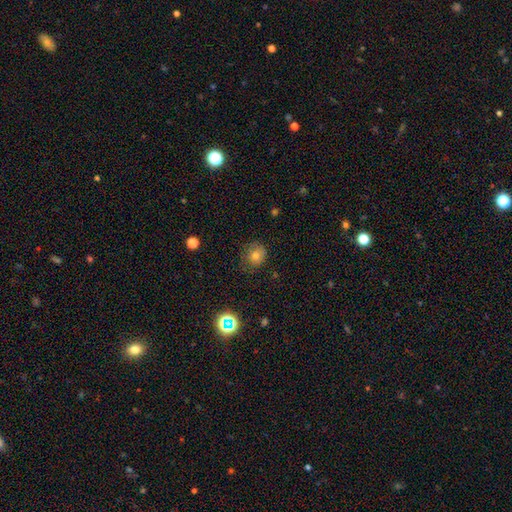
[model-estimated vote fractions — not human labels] This is likely a smooth galaxy (72%). How rounded: likely round (78%). Merging: likely none (71%).